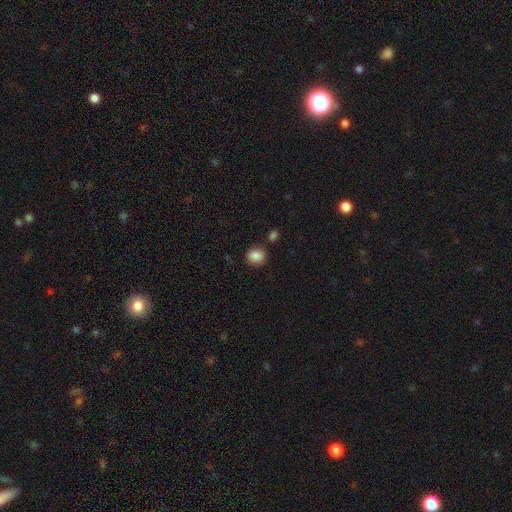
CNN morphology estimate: A smooth galaxy with no disk features (87%) that is round (65%). Merging: none (79%).